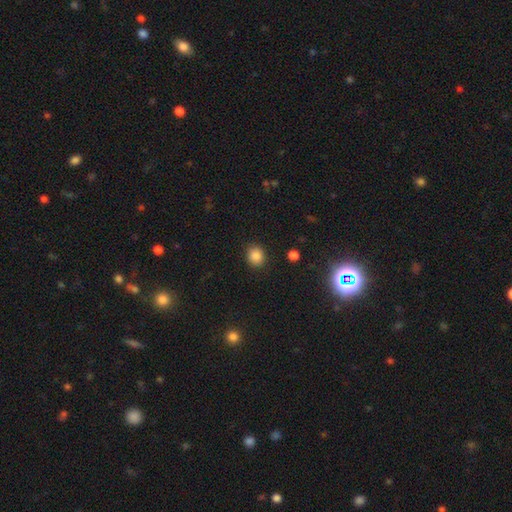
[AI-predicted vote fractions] Overall: smooth (85%). How rounded: round (73%). Merging: none (88%).